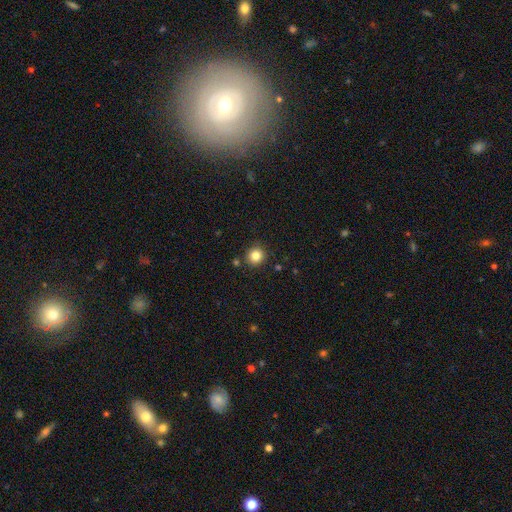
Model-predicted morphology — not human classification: smooth 83%, star or artifact 12%, featured or disk 5%. Down the decision tree: how rounded — round (92%); merging — none (86%).